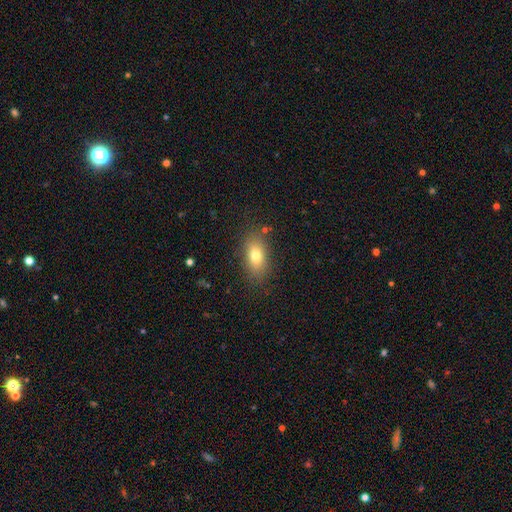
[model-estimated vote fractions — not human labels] smooth-or-featured: smooth: 76% | featured or disk: 14% | star or artifact: 10%
  how-rounded: in between: 85% | round: 10% | cigar-shaped: 5%
  merging: none: 83% | minor disturbance: 11% | major disturbance: 4% | merger: 2%